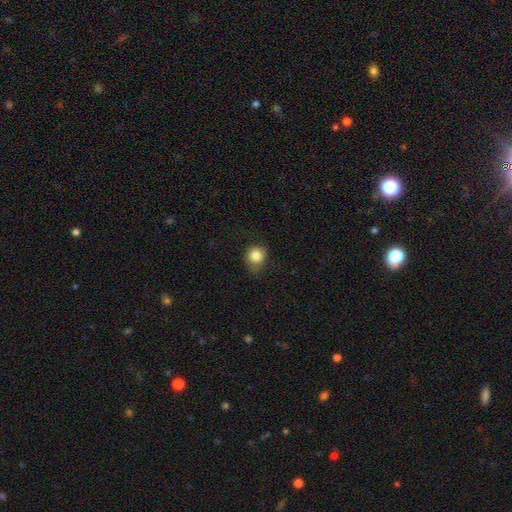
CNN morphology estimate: This appears to be a smooth galaxy with no disk features (83%) that is round (78%). Merging: none (69%).